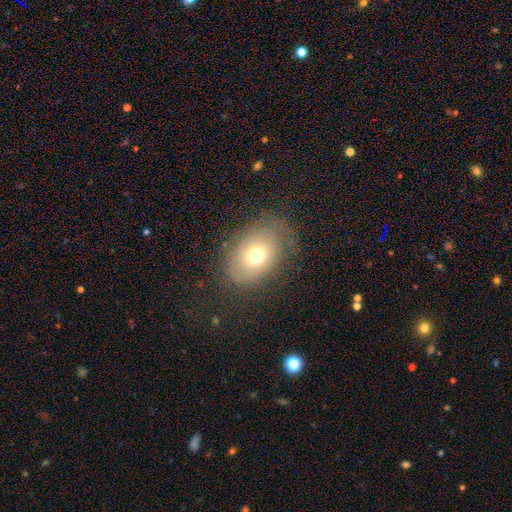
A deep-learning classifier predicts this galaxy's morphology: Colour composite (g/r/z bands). It shows a smooth galaxy with no disk features (65%) that is in between round and cigar-shaped (74%). Merging: none (68%).